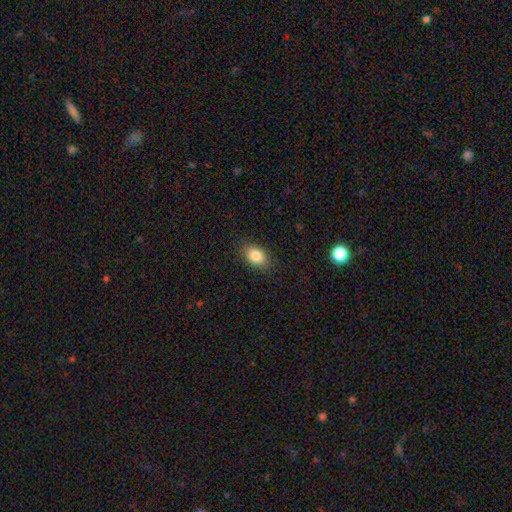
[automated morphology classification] smooth_or_featured: smooth (p=0.84) [alt: star or artifact p=0.08]
how_rounded: in between (p=0.83) [alt: round p=0.15]
merging: none (p=0.86) [alt: minor disturbance p=0.11]